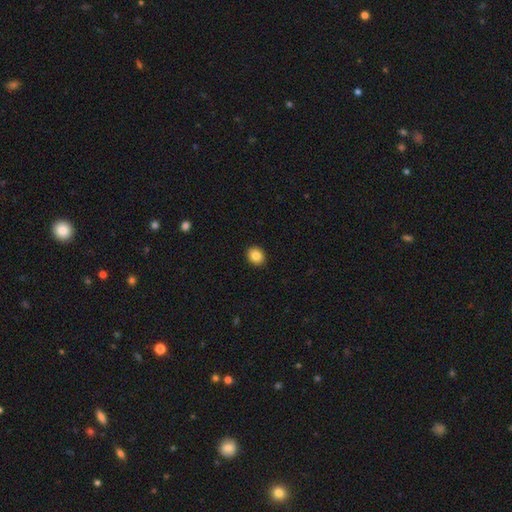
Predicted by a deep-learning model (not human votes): Overall: smooth (86%). How rounded: round (66%; in between 34%). Merging: none (92%).